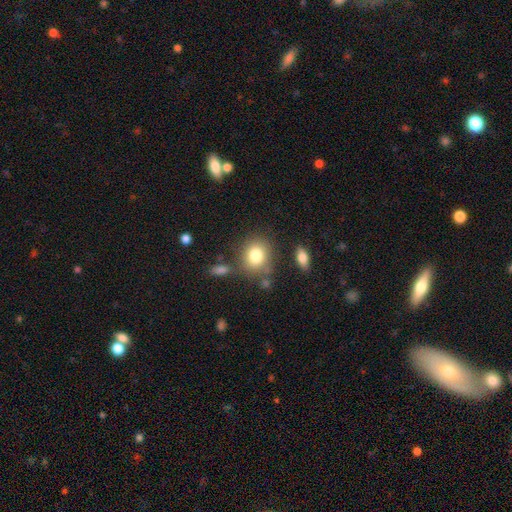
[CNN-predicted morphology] smooth 81%, featured or disk 10%, star or artifact 10%. Down the decision tree: how rounded — round (67%); merging — none (72%).